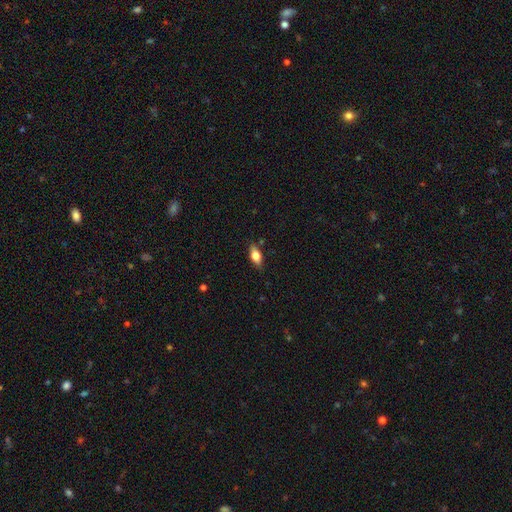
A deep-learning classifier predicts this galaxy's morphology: type=smooth (65%); roundness=in between (81%); merging=none (82%).